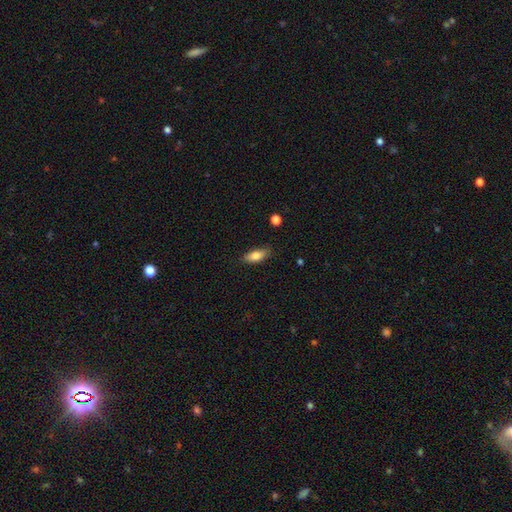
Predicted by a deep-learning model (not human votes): Q: Smooth or featured?
A: smooth (80%); runner-up: featured or disk (13%)
Q: How rounded?
A: in between (78%); runner-up: cigar-shaped (19%)
Q: Merging?
A: none (83%); runner-up: minor disturbance (13%)